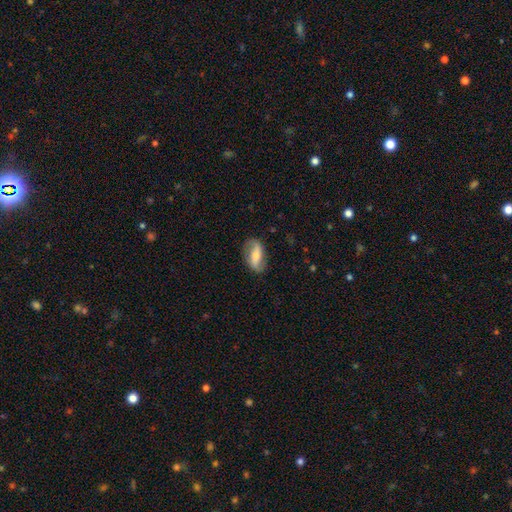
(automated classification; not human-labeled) Smooth or featured? featured or disk (60%)
Edge-on disk? no (89%)
Bar? strong (43%)
Spiral arms? yes (81%)
Bulge size? moderate (50%)
Merging? none (78%)